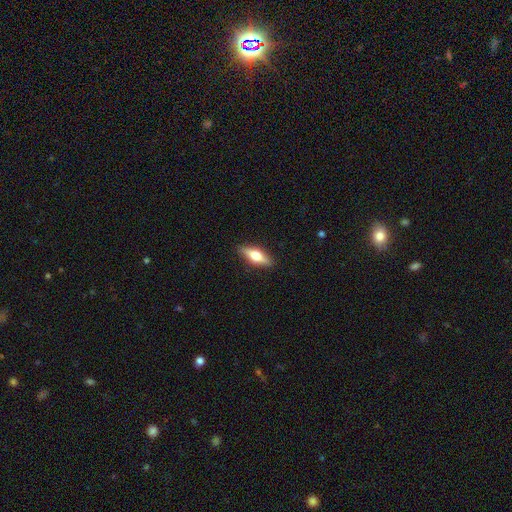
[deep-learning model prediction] smooth-or-featured: smooth: 50% | featured or disk: 44% | star or artifact: 6%
  how-rounded: in between: 51% | cigar-shaped: 46% | round: 3%
  merging: none: 89% | minor disturbance: 8% | major disturbance: 2% | merger: 1%